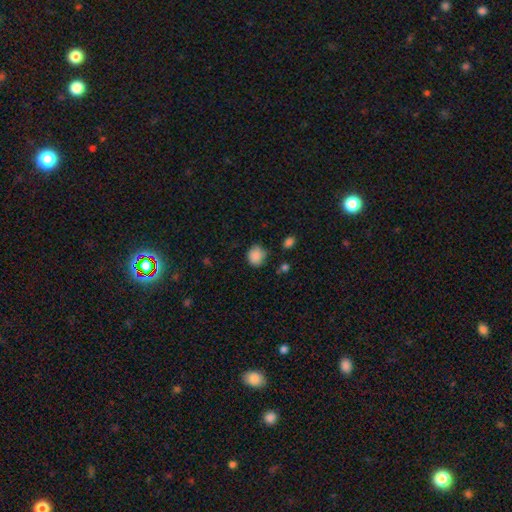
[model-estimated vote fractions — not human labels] Smooth or featured: smooth — 87% (star or artifact — 9%)
How rounded: round — 72% (in between — 27%)
Merging: none — 70% (minor disturbance — 23%)